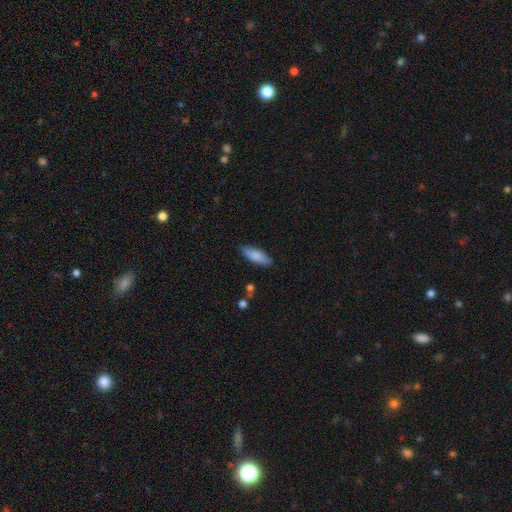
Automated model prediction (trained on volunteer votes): Morphology: type=smooth (83%); roundness=in between (59%); merging=none (85%).